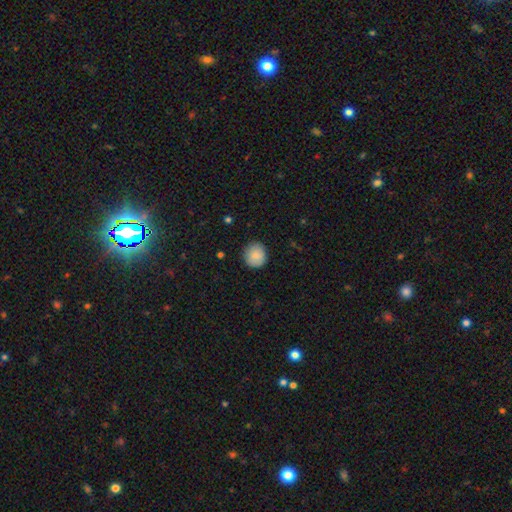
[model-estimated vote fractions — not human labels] smooth-or-featured: smooth: 84% | featured or disk: 8% | star or artifact: 8%
  how-rounded: round: 89% | in between: 10% | cigar-shaped: 1%
  merging: none: 86% | minor disturbance: 11% | major disturbance: 2% | merger: 1%